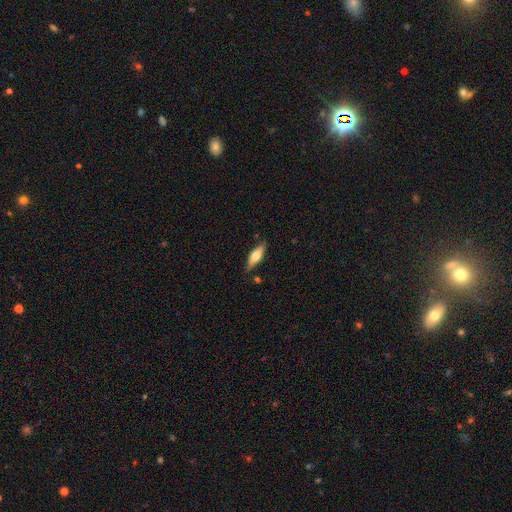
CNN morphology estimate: smooth 54%, featured or disk 40%, star or artifact 6%. Down the decision tree: how rounded — in between (53%); merging — none (80%).